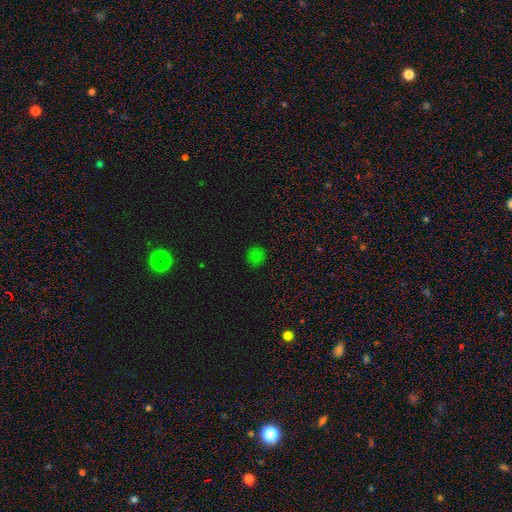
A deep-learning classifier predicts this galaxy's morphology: type=smooth (67%); roundness=round (91%); merging=none (87%).